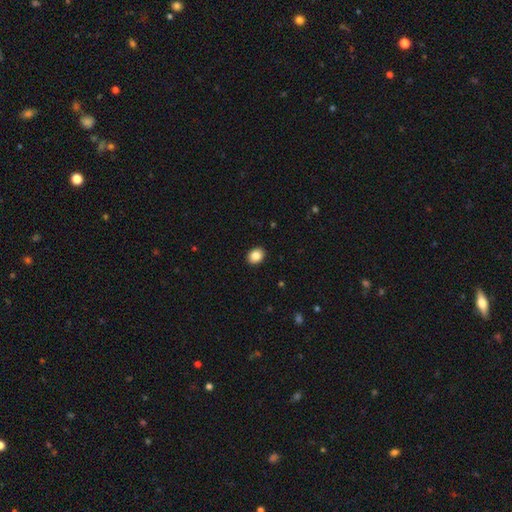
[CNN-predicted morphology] Smooth or featured?
  - smooth: 86% *
  - star or artifact: 9%
  - featured or disk: 5%
How rounded?
  - in between: 54% *
  - round: 45%
  - cigar-shaped: 1%
Merging?
  - none: 92% *
  - minor disturbance: 6%
  - major disturbance: 2%
  - merger: 1%